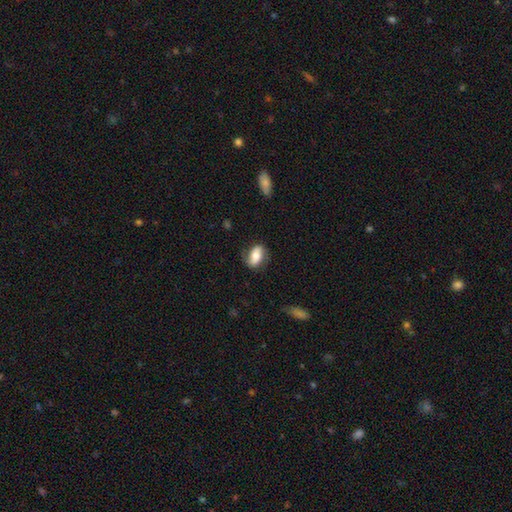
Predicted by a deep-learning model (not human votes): The model was most divided on "smooth or featured": smooth: 58%, featured or disk: 35%, star or artifact: 7%. More confident: how rounded — in between (85%); merging — none (74%).